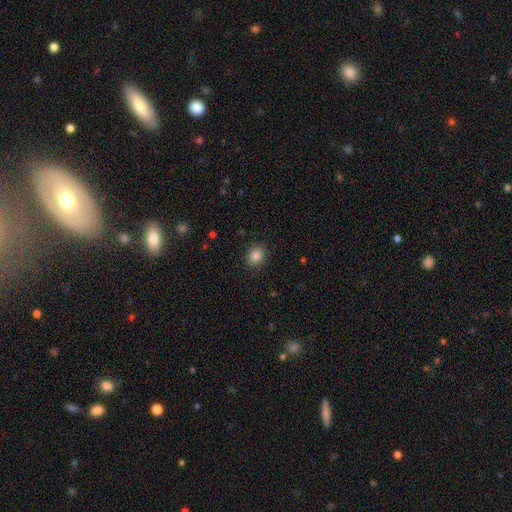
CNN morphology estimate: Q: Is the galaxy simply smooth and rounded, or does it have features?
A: smooth — 86%.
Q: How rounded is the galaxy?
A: round — 68%.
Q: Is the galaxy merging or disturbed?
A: none — 89%.